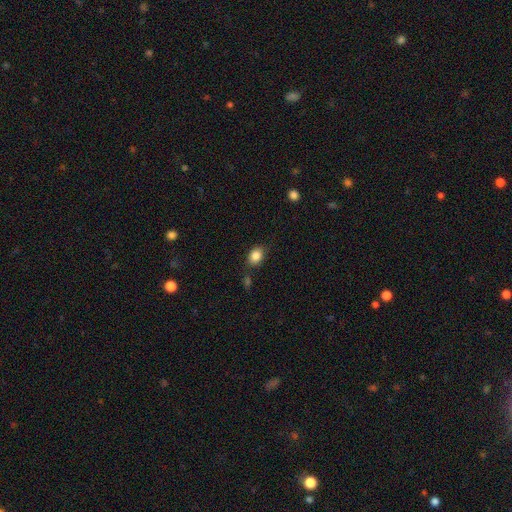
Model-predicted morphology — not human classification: A smooth galaxy with no disk features (85%) that is in between round and cigar-shaped (72%). Merging: none (76%).